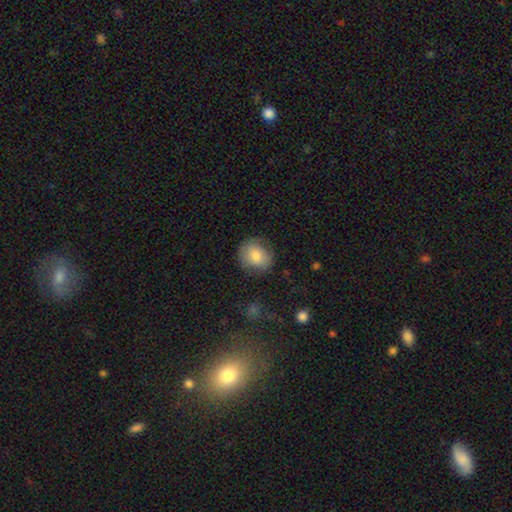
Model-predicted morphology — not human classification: Overall: smooth (79%). How rounded: round (66%; in between 33%). Merging: none (78%).